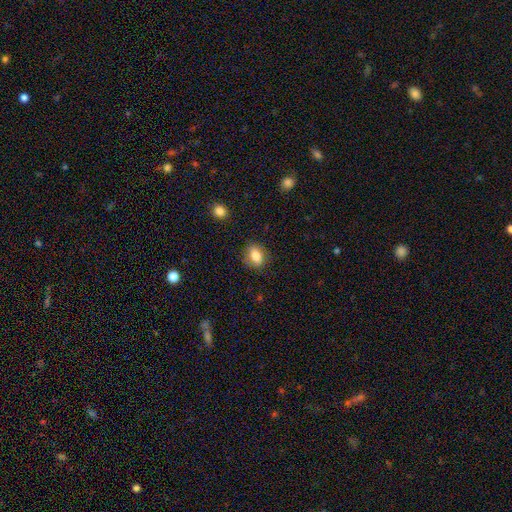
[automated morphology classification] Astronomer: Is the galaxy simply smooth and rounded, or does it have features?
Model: smooth — 82%.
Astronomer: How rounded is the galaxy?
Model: in between — 69%.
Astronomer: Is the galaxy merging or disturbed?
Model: none — 83%.